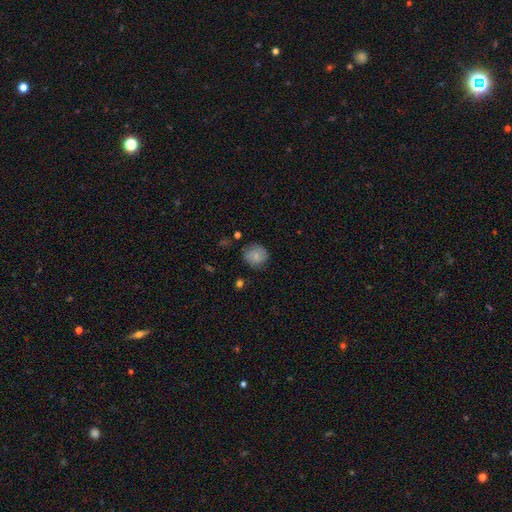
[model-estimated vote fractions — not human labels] A smooth galaxy with no disk features (76%) that is round (81%). Merging: none (73%).